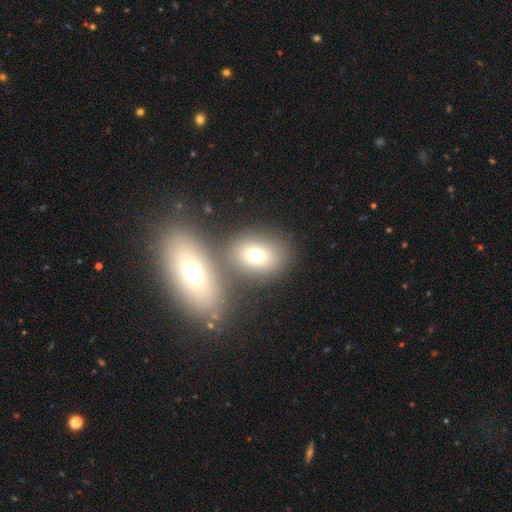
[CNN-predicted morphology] Q: Smooth or featured?
A: smooth (72%); runner-up: featured or disk (15%)
Q: How rounded?
A: in between (68%); runner-up: round (30%)
Q: Merging?
A: none (60%); runner-up: merger (25%)